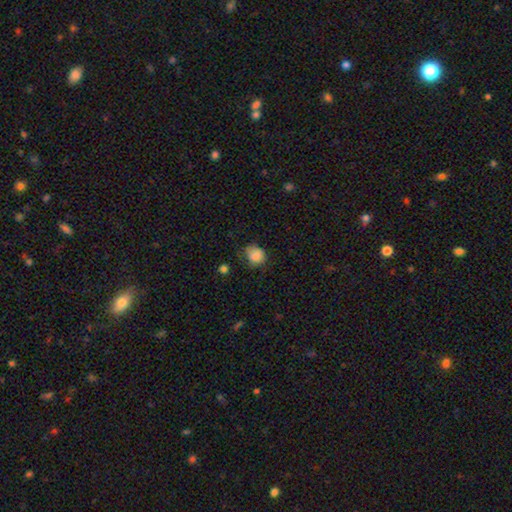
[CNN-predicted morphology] smooth_or_featured: smooth (p=0.85) [alt: star or artifact p=0.09]
how_rounded: round (p=0.66) [alt: in between p=0.33]
merging: none (p=0.57) [alt: minor disturbance p=0.31]